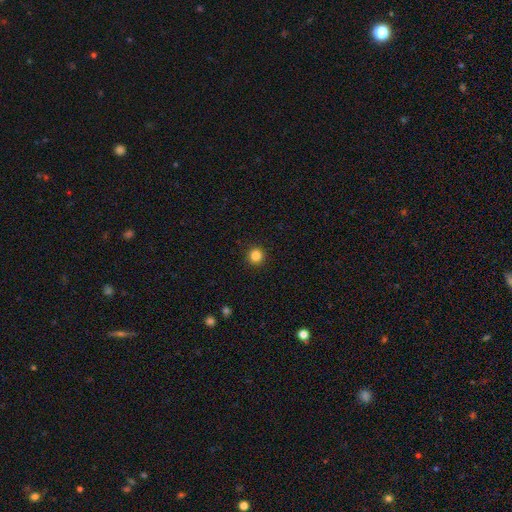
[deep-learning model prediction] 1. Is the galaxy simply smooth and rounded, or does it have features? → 85% smooth, 11% star or artifact, 4% featured or disk.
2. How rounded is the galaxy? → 95% round, 4% in between, 1% cigar-shaped.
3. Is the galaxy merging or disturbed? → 93% none, 5% minor disturbance, 2% major disturbance, 1% merger.